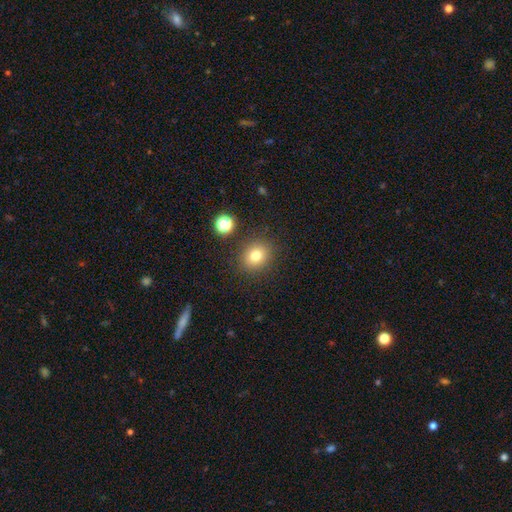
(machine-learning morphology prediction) Overall: smooth (78%). How rounded: round (72%). Merging: none (85%).